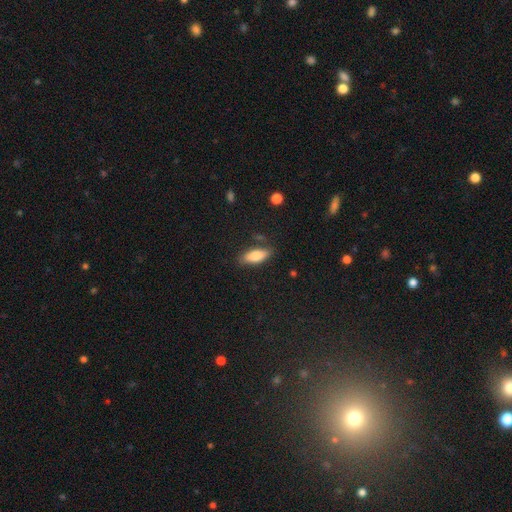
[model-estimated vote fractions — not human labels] Smooth or featured?
  - smooth: 80% *
  - featured or disk: 13%
  - star or artifact: 7%
How rounded?
  - in between: 76% *
  - cigar-shaped: 21%
  - round: 2%
Merging?
  - none: 79% *
  - minor disturbance: 15%
  - major disturbance: 3%
  - merger: 3%